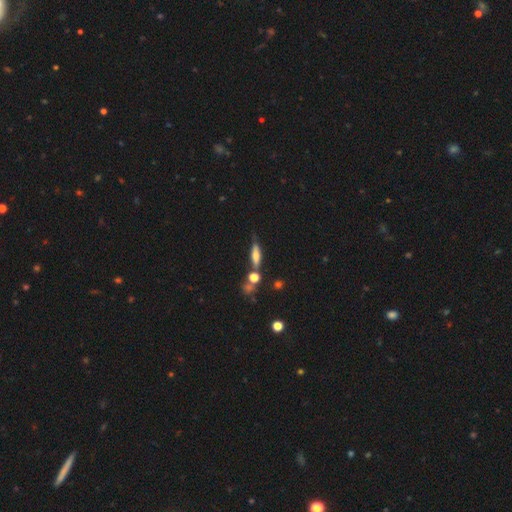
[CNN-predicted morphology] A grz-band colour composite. It shows a smooth galaxy with no disk features (49%). Merging: none (62%).